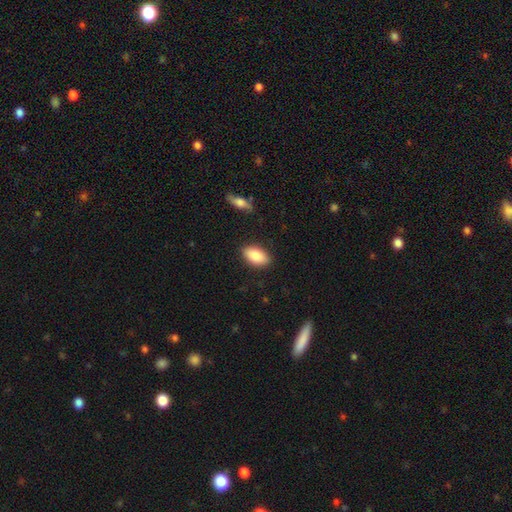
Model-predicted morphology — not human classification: A smooth galaxy with no disk features (86%) that is in between round and cigar-shaped (92%).

Vote fractions:
- Smooth or featured? smooth: 86% / featured or disk: 8% / star or artifact: 7%
- How rounded? in between: 92% / round: 4% / cigar-shaped: 4%
- Merging? none: 86% / minor disturbance: 10% / major disturbance: 2% / merger: 2%